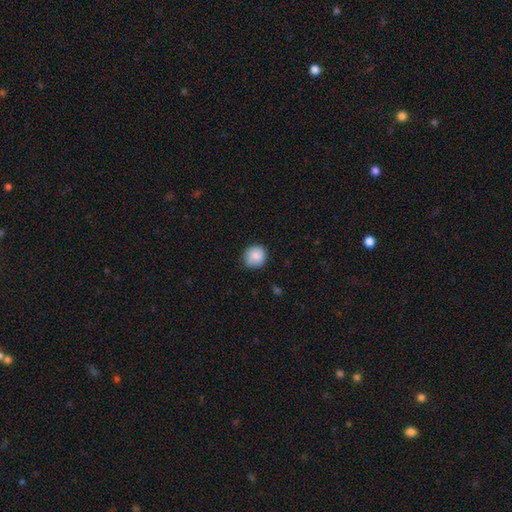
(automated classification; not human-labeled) The model was most divided on "merging": none: 78%, minor disturbance: 18%, major disturbance: 3%, merger: 1%. More confident: how rounded — round (89%); smooth or featured — smooth (87%).